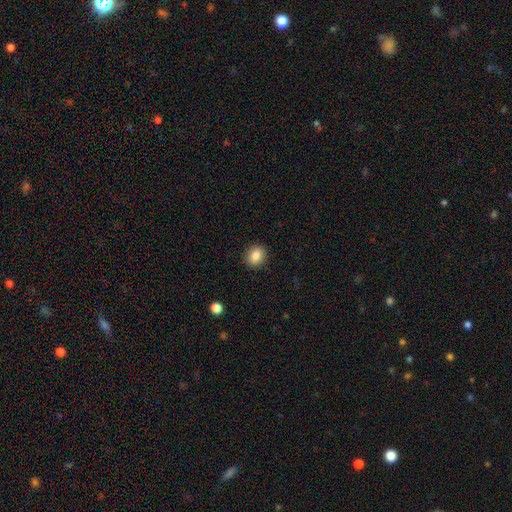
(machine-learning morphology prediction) This appears to be a smooth galaxy with no disk features (85%) that is round (69%). Merging: none (91%).